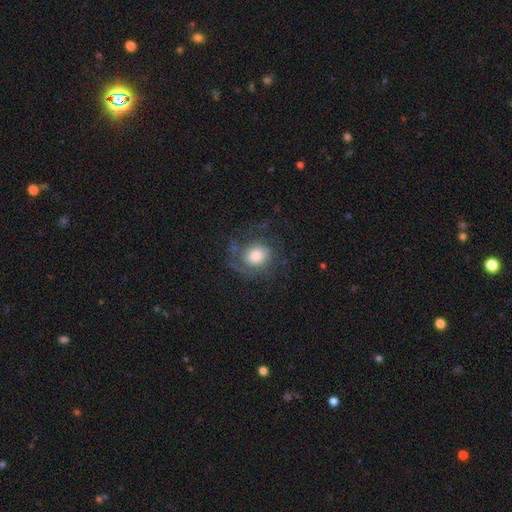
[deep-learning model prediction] Morphology: type=featured or disk (58%); edge-on=no (97%); bar=no (78%); spiral arms=yes (86%); bulge=moderate (46%); merging=none (61%).